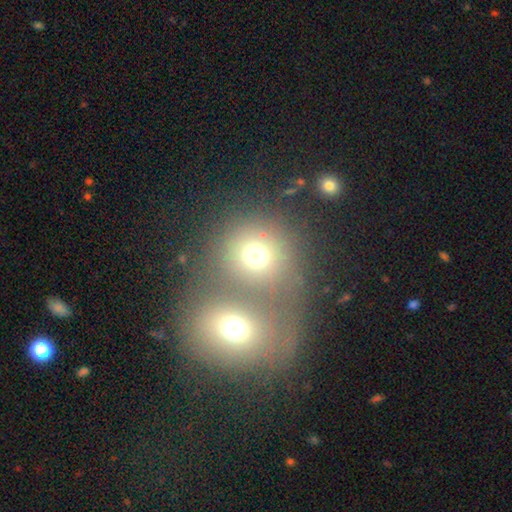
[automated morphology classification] A smooth galaxy with no disk features (69%) that is round (87%). Merging: merger (45%).